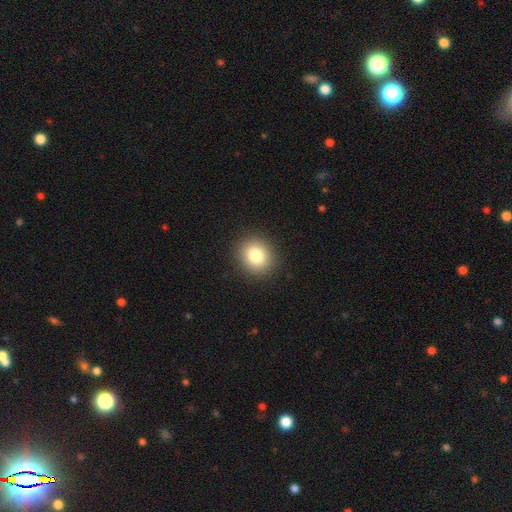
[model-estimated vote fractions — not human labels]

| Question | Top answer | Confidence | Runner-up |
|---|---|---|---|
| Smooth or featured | smooth | 82% | star or artifact (11%) |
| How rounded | round | 79% | in between (20%) |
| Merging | none | 91% | minor disturbance (6%) |